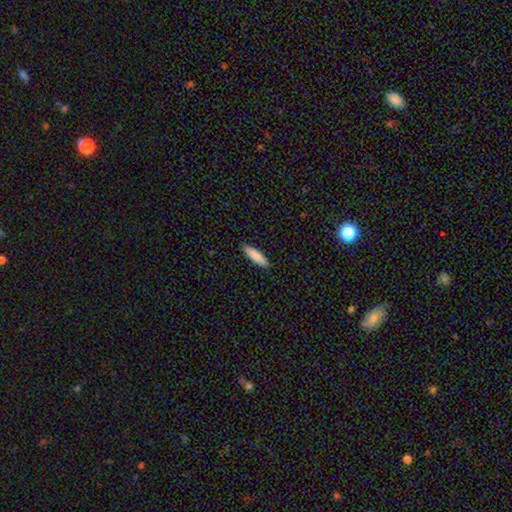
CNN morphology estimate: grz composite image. It shows a smooth galaxy with no disk features (86%) that is cigar-shaped (72%). Merging: none (91%).